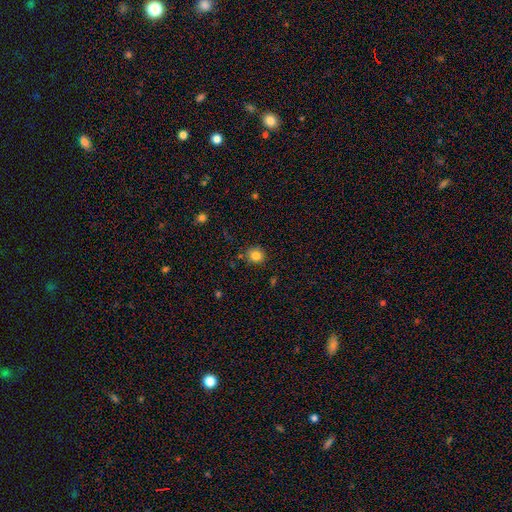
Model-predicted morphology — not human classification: Smooth or featured: smooth — 83% (star or artifact — 11%)
How rounded: round — 83% (in between — 16%)
Merging: none — 81% (minor disturbance — 12%)